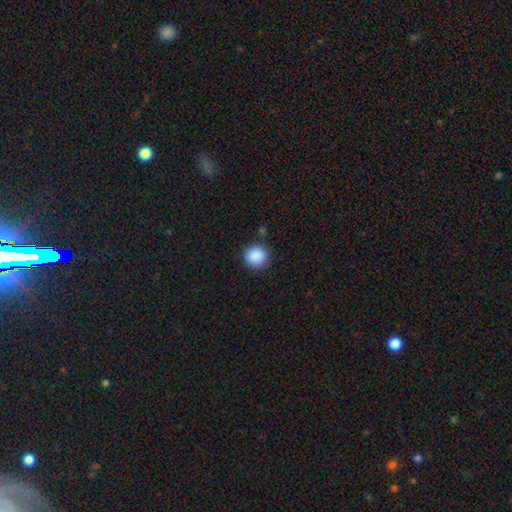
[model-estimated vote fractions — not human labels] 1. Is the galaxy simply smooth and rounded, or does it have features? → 89% smooth, 9% star or artifact, 3% featured or disk.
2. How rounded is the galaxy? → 91% round, 8% in between, 1% cigar-shaped.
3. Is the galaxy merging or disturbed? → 87% none, 9% minor disturbance, 3% major disturbance, 2% merger.